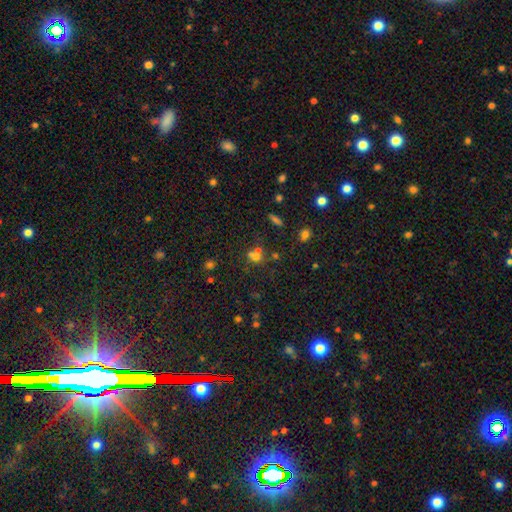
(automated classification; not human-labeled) Smooth or featured? Predicted: smooth (p=0.57). How rounded? Predicted: round (p=0.68). Merging? Predicted: none (p=0.42, tied with merger).